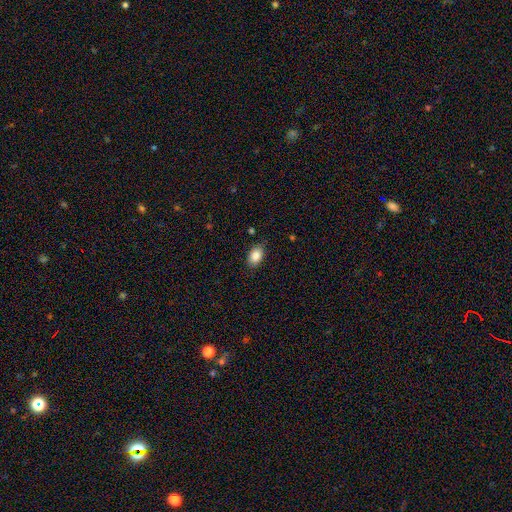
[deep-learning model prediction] smooth-or-featured: smooth: 86% | star or artifact: 8% | featured or disk: 6%
  how-rounded: in between: 88% | round: 11% | cigar-shaped: 1%
  merging: none: 84% | minor disturbance: 12% | major disturbance: 2% | merger: 1%